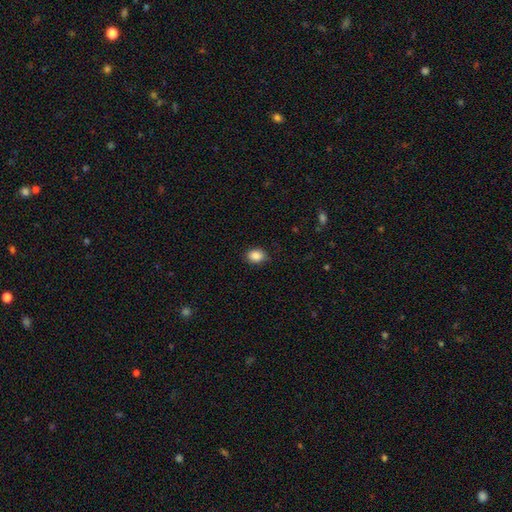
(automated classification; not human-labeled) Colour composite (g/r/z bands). It shows a smooth galaxy with no disk features (88%) that is in between round and cigar-shaped (59%). Merging: none (83%).